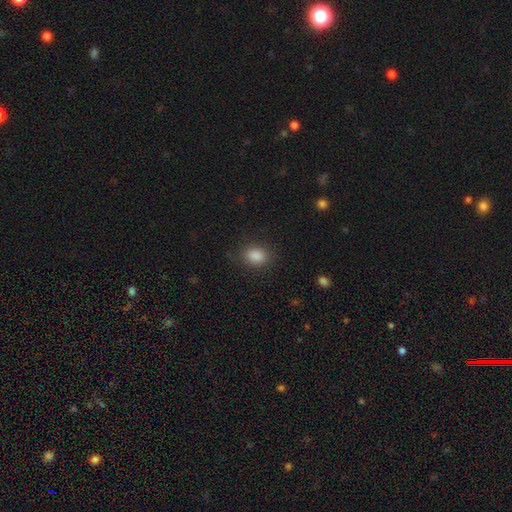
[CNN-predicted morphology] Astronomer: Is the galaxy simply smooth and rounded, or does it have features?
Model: smooth — 86%.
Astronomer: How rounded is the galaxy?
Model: in between — 64%.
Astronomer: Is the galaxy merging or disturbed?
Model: none — 83%.